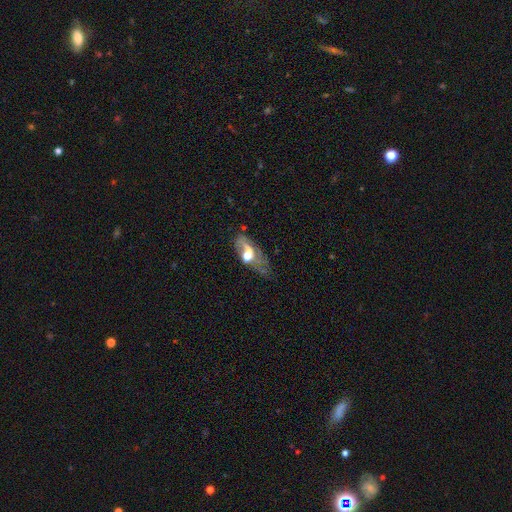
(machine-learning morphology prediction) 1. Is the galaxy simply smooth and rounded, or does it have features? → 60% featured or disk, 27% smooth, 13% star or artifact.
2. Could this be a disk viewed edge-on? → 80% no, 20% yes.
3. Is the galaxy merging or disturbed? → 48% none, 23% minor disturbance, 21% major disturbance, 8% merger.